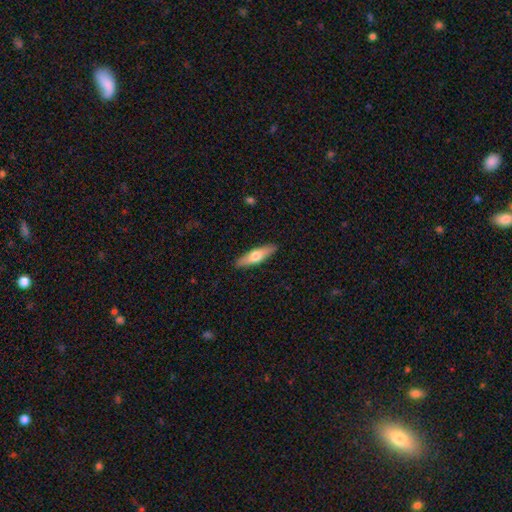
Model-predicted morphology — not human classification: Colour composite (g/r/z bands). It shows a smooth galaxy with no disk features (57%) that is cigar-shaped (66%). Merging: none (90%).